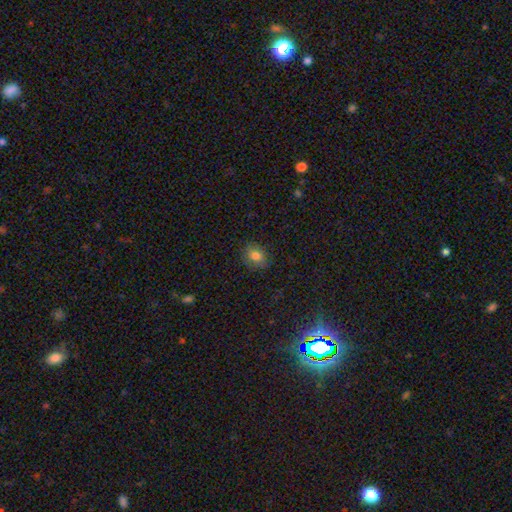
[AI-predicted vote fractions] Overall: smooth (80%). How rounded: in between (52%; round 47%). Merging: none (83%).